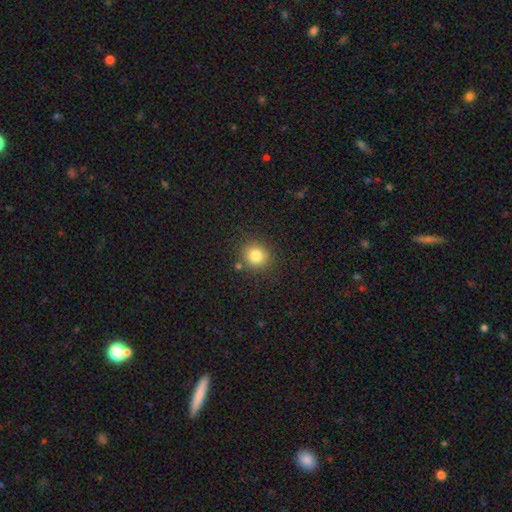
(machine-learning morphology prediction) Q: Smooth or featured?
A: smooth (81%); runner-up: star or artifact (12%)
Q: How rounded?
A: round (87%); runner-up: in between (12%)
Q: Merging?
A: none (83%); runner-up: minor disturbance (9%)